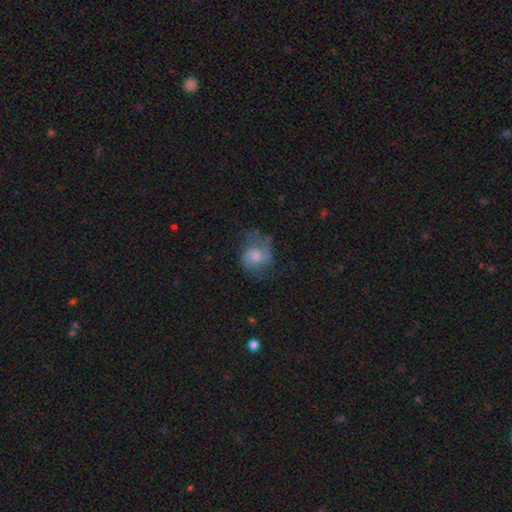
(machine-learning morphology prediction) This is possibly a featured or disk galaxy (57%). It is clearly not viewed edge-on (97%). Bar: likely no (66%). Spiral arm pattern: clearly yes (86%). Central bulge: marginally moderate (33%). Merging: possibly none (52%).